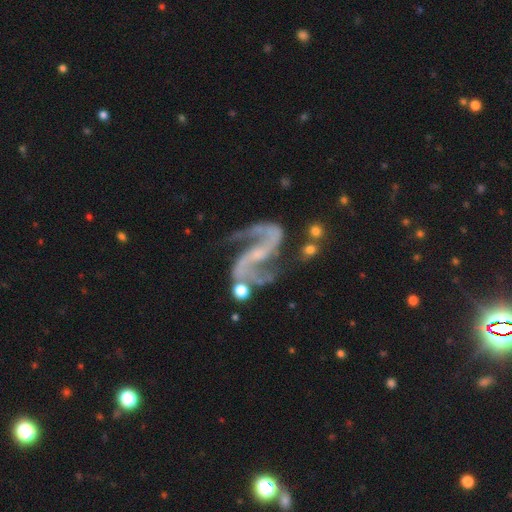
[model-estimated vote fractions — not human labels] Smooth or featured? featured or disk (93%)
Edge-on disk? no (98%)
Bar? strong (37%, tied with weak)
Spiral arms? yes (98%)
Spiral winding? loose (48%)
Spiral arm count? 2 (92%)
Bulge size? small (65%)
Merging? none (58%)